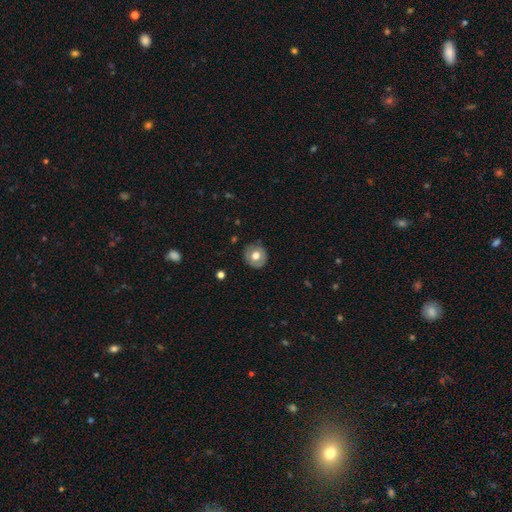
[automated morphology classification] A smooth galaxy with no disk features (62%) that is round (87%). Merging: none (83%).